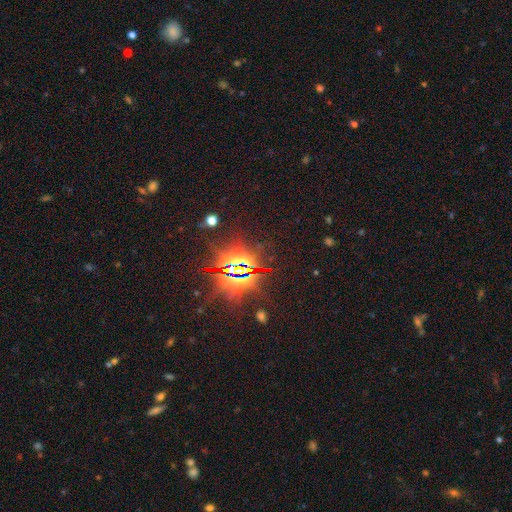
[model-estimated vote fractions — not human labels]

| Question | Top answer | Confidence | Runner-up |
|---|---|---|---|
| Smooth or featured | star or artifact | 86% | smooth (8%) |